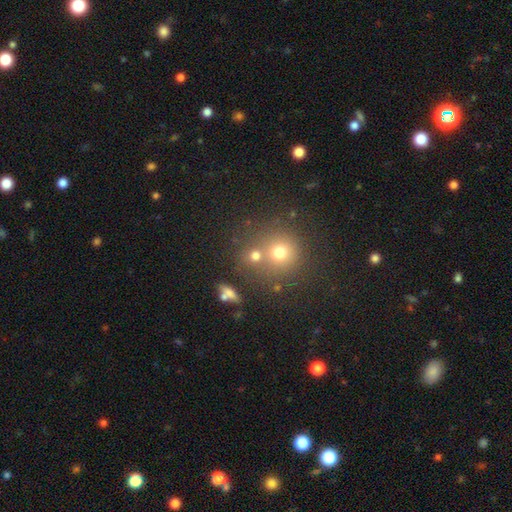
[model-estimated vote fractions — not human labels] The model was most divided on "merging": none: 57%, merger: 32%, minor disturbance: 8%, major disturbance: 4%. More confident: how rounded — round (84%); smooth or featured — smooth (70%).